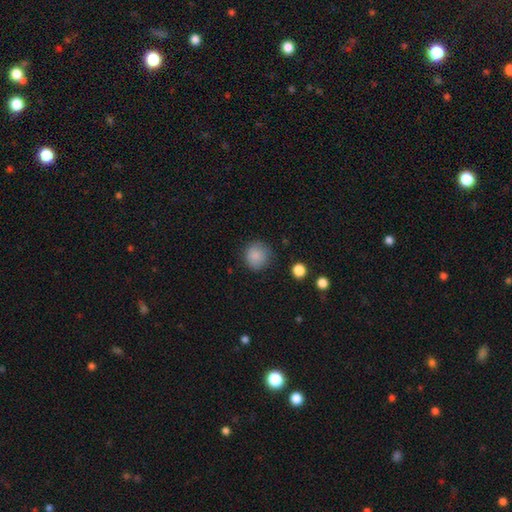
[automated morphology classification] A smooth galaxy with no disk features (87%) that is round (91%). Merging: none (82%).